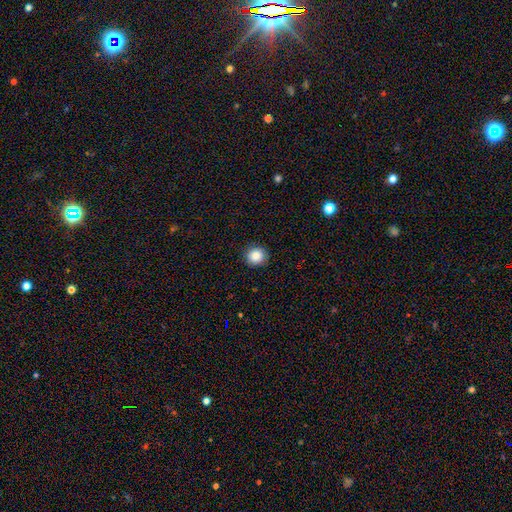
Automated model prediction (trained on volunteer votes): Morphology: type=smooth (85%); roundness=round (91%); merging=none (92%).